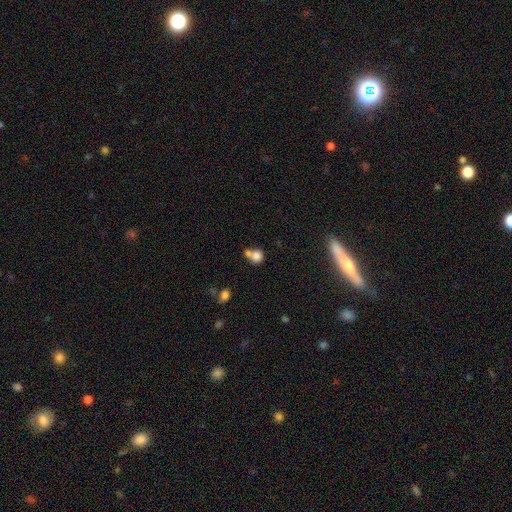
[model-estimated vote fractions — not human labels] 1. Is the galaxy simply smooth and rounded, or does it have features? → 79% smooth, 11% star or artifact, 10% featured or disk.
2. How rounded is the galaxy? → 79% round, 19% in between, 1% cigar-shaped.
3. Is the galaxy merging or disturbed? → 49% merger, 37% none, 9% minor disturbance, 5% major disturbance.